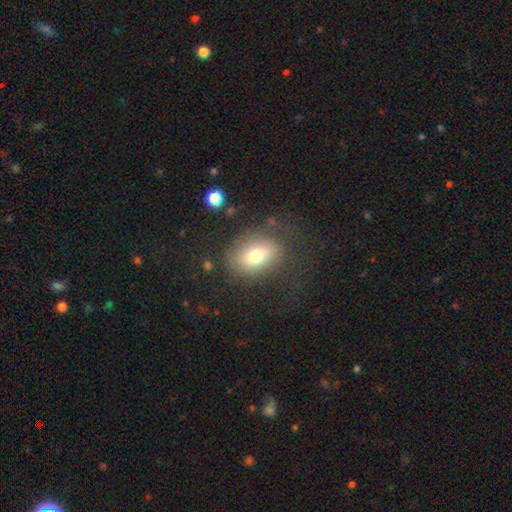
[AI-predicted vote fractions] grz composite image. It shows a smooth galaxy with no disk features (74%) that is in between round and cigar-shaped (71%). Merging: none (68%).